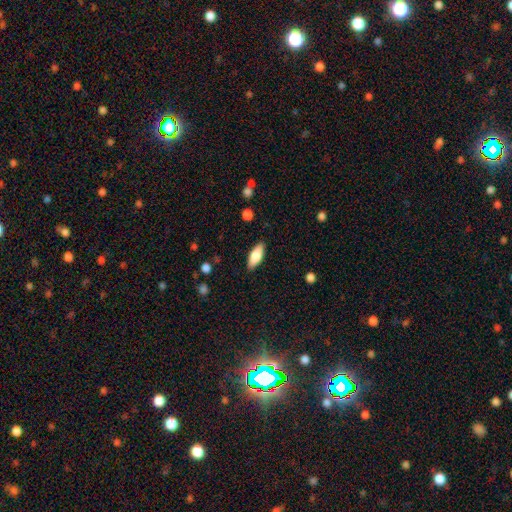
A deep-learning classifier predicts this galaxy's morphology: Q: Smooth or featured?
A: smooth (81%); runner-up: featured or disk (14%)
Q: How rounded?
A: in between (76%); runner-up: cigar-shaped (22%)
Q: Merging?
A: none (87%); runner-up: minor disturbance (10%)